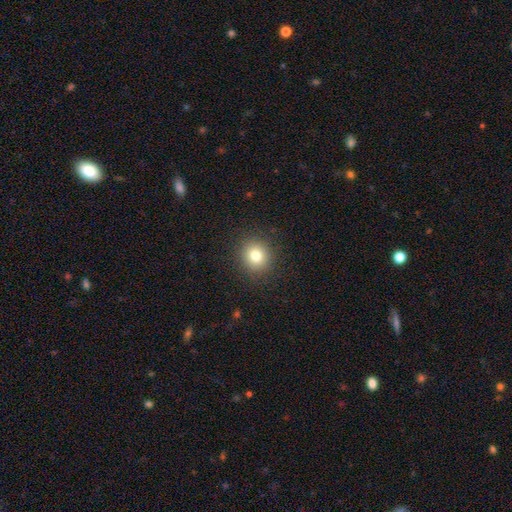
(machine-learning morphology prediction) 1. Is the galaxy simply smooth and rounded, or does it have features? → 79% smooth, 13% star or artifact, 8% featured or disk.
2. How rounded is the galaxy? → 85% round, 14% in between, 1% cigar-shaped.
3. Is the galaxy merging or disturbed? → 90% none, 7% minor disturbance, 3% major disturbance, 1% merger.